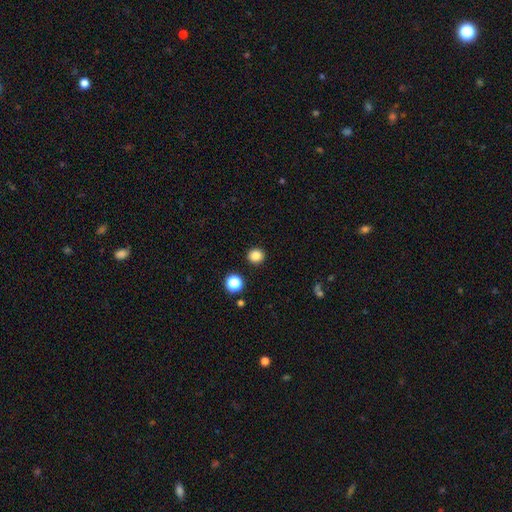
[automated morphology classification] The model was most divided on "smooth or featured": smooth: 84%, star or artifact: 12%, featured or disk: 4%. More confident: how rounded — round (93%); merging — none (92%).